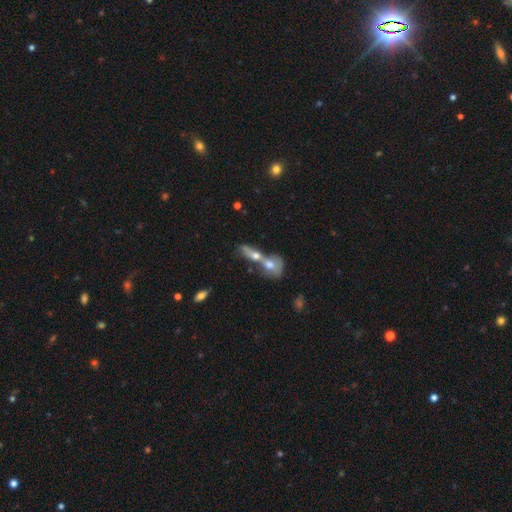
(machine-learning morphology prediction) smooth-or-featured: smooth: 46% | featured or disk: 37% | star or artifact: 17%
  merging: merger: 54% | none: 32% | minor disturbance: 8% | major disturbance: 5%